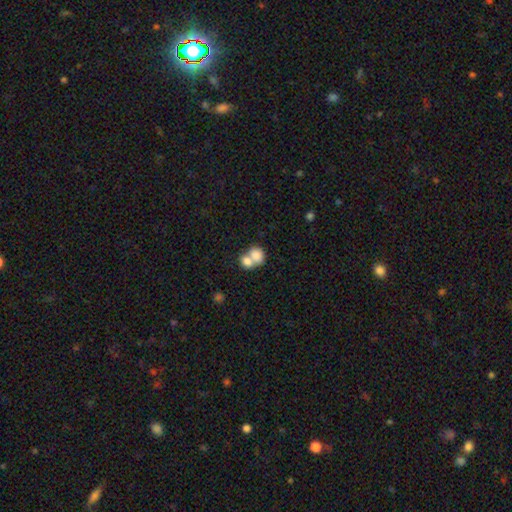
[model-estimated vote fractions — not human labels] The model was most divided on "how rounded": round: 53%, in between: 46%, cigar-shaped: 1%. More confident: smooth or featured — smooth (79%); merging — merger (68%).